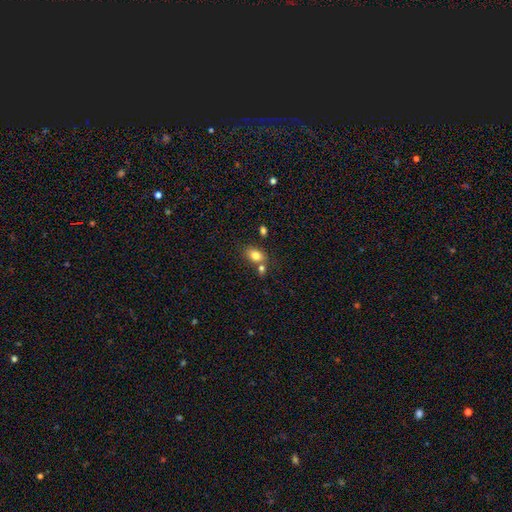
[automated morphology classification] type=smooth (81%); roundness=in between (77%); merging=none (57%).